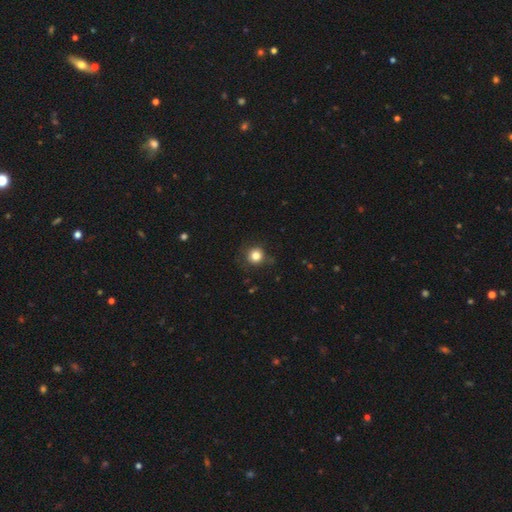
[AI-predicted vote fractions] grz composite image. It shows a smooth galaxy with no disk features (82%) that is round (93%). Merging: none (82%).